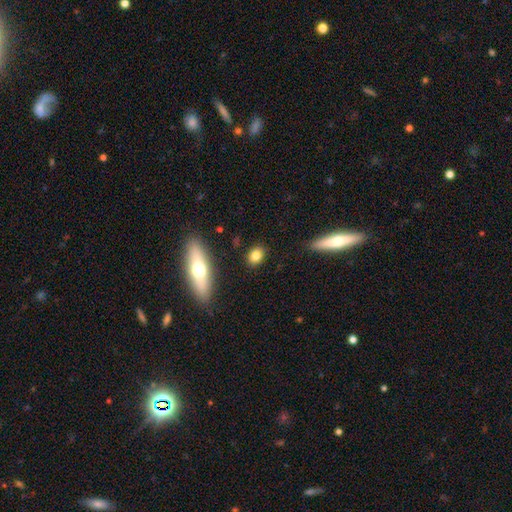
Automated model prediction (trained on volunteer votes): smooth-or-featured: smooth: 80% | featured or disk: 11% | star or artifact: 9%
  how-rounded: in between: 60% | round: 36% | cigar-shaped: 4%
  merging: none: 88% | minor disturbance: 8% | major disturbance: 2% | merger: 2%